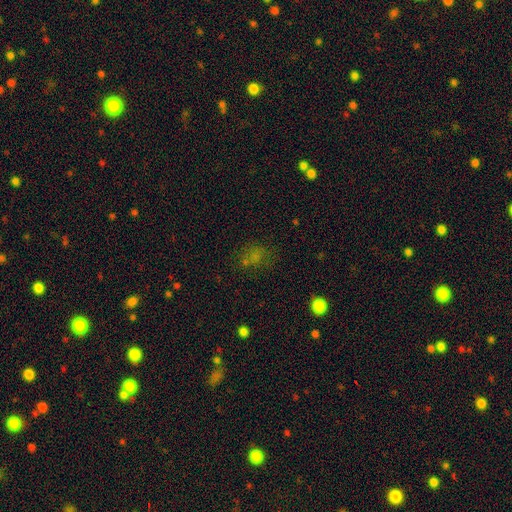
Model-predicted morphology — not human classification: The model was most divided on "how rounded": in between: 54%, round: 43%, cigar-shaped: 2%. More confident: merging — none (67%); smooth or featured — smooth (54%).